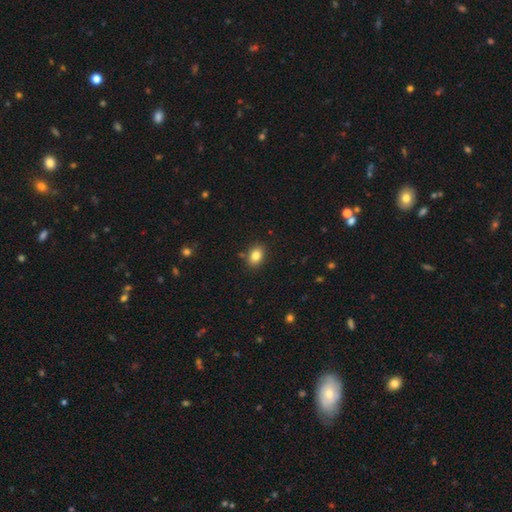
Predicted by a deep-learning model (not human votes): Smooth or featured? Predicted: smooth (p=0.83). How rounded? Predicted: in between (p=0.73). Merging? Predicted: none (p=0.84).